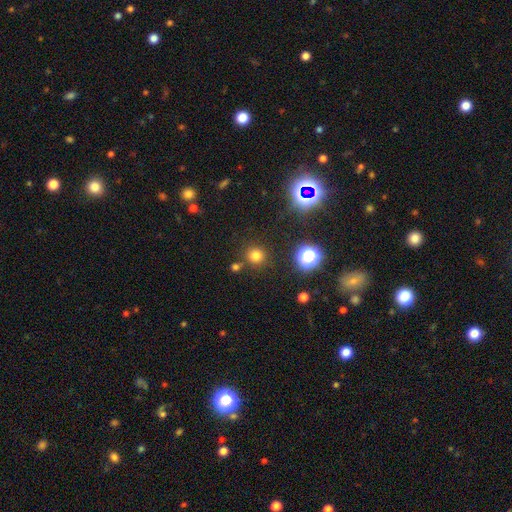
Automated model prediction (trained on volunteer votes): This appears to be a smooth galaxy with no disk features (73%) that is round (92%). Merging: none (84%).